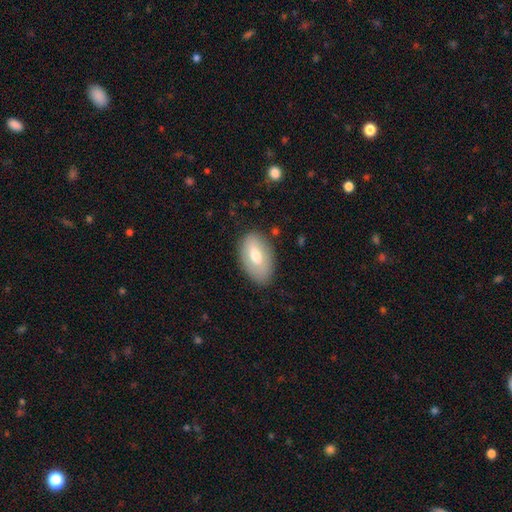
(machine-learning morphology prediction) Smooth or featured?
  - smooth: 62% *
  - featured or disk: 31%
  - star or artifact: 7%
How rounded?
  - in between: 92% *
  - round: 5%
  - cigar-shaped: 2%
Merging?
  - none: 80% *
  - minor disturbance: 14%
  - major disturbance: 4%
  - merger: 1%